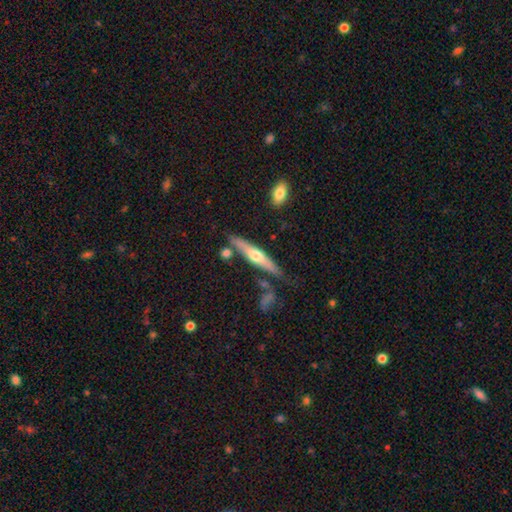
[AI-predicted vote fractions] Overall: featured or disk (60%; smooth 34%). Edge-on disk: yes (94%). Edge-on bulge: rounded (90%). Merging: none (76%).